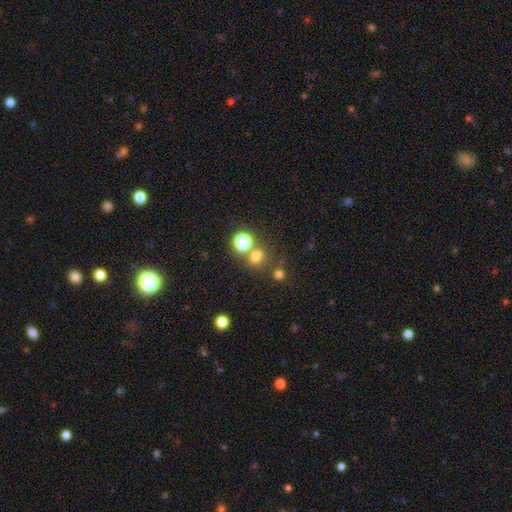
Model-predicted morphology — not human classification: smooth-or-featured: smooth: 65% | star or artifact: 26% | featured or disk: 8%
  how-rounded: round: 67% | in between: 32% | cigar-shaped: 1%
  merging: none: 61% | merger: 23% | minor disturbance: 10% | major disturbance: 5%